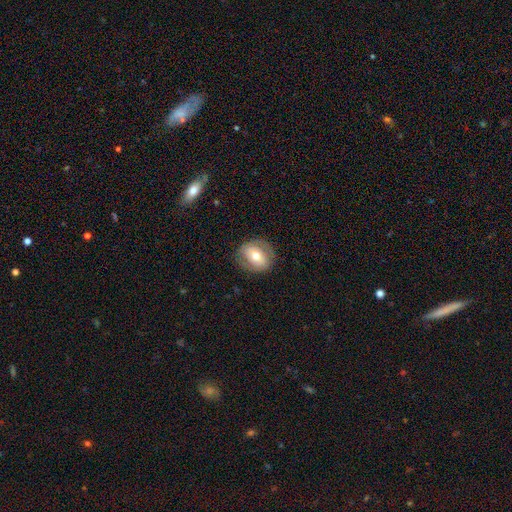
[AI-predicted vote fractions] smooth-or-featured: smooth: 51% | featured or disk: 42% | star or artifact: 8%
  how-rounded: round: 57% | in between: 42% | cigar-shaped: 1%
  merging: none: 79% | minor disturbance: 14% | major disturbance: 6% | merger: 1%